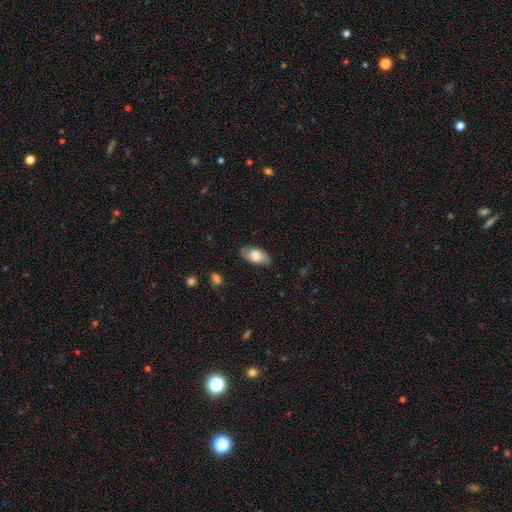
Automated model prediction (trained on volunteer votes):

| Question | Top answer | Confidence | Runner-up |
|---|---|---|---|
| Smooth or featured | smooth | 61% | featured or disk (32%) |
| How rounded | in between | 93% | round (4%) |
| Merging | none | 76% | minor disturbance (18%) |